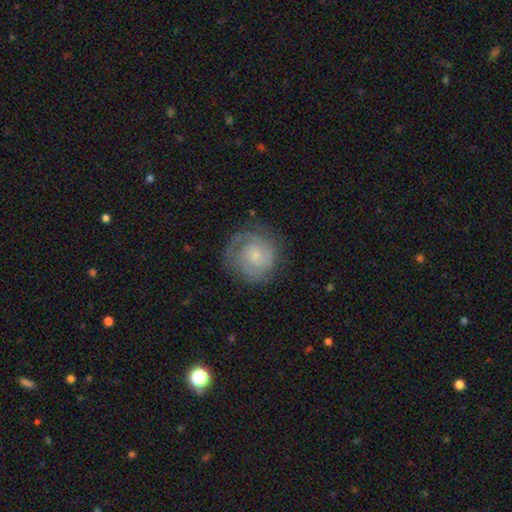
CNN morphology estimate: Smooth or featured? Predicted: featured or disk (p=0.71). Edge-on disk? Predicted: no (p=0.98). Bar? Predicted: no (p=0.70). Spiral arms? Predicted: yes (p=0.92). Spiral winding? Predicted: tight (p=0.62). Spiral arm count? Predicted: 2 (p=0.46). Bulge size? Predicted: small (p=0.63). Merging? Predicted: none (p=0.74).